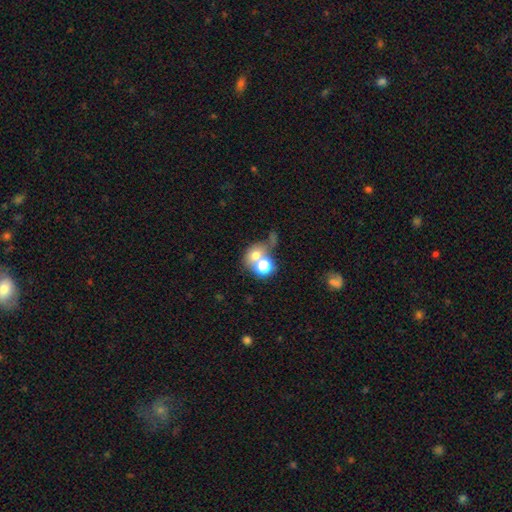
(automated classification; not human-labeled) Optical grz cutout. It shows a smooth galaxy with no disk features (62%) that is round (55%). Merging: merger (50%).